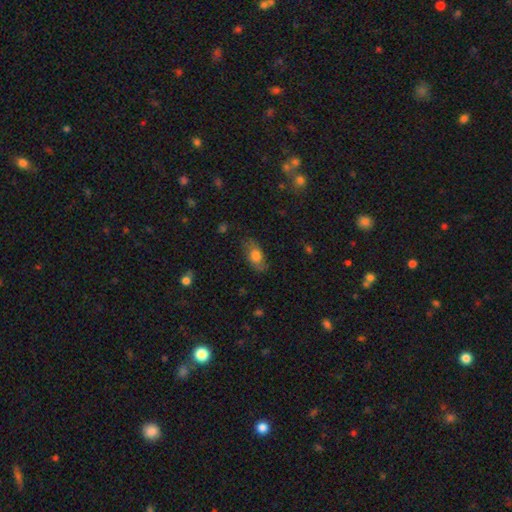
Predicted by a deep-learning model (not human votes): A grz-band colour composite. It shows a smooth galaxy with no disk features (66%) that is in between round and cigar-shaped (87%). Merging: none (74%).